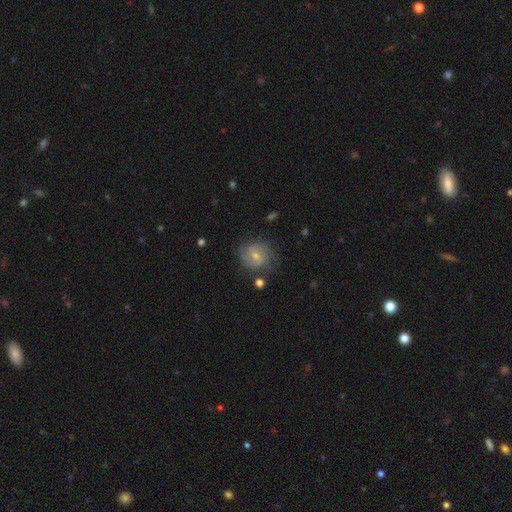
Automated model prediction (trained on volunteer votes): Overall: featured or disk (65%). Edge-on disk: no (97%). Bar: no (51%; weak 41%). Spiral arms: yes (87%). Spiral arm count: 2 (47%; can't tell 31%). Spiral winding: tight (54%; medium 35%). Bulge size: small (50%; moderate 46%). Merging: none (76%).